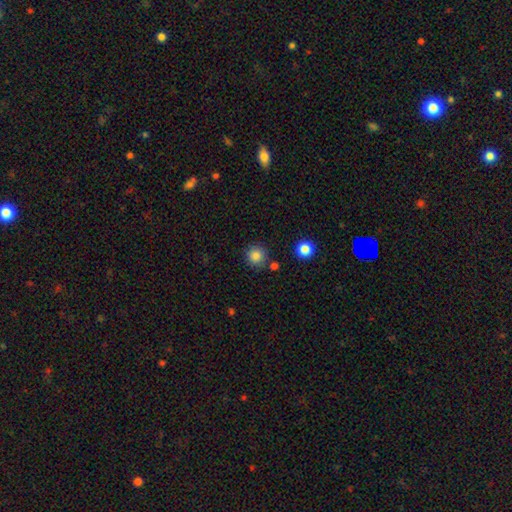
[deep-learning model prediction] This appears to be a smooth galaxy with no disk features (85%) that is round (94%). Merging: none (84%).